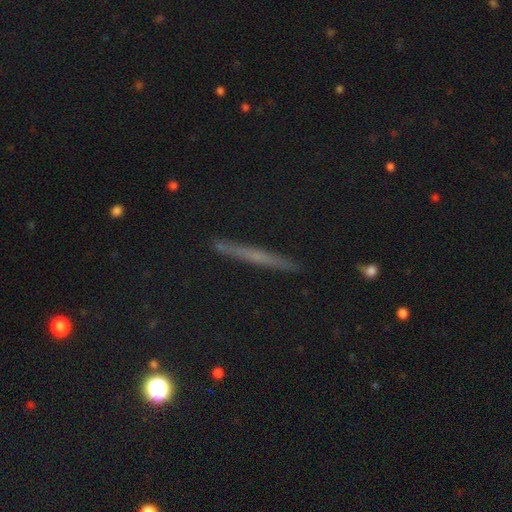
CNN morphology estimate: smooth-or-featured: featured or disk: 49% | smooth: 38% | star or artifact: 13%
  merging: none: 90% | minor disturbance: 7% | major disturbance: 1% | merger: 1%